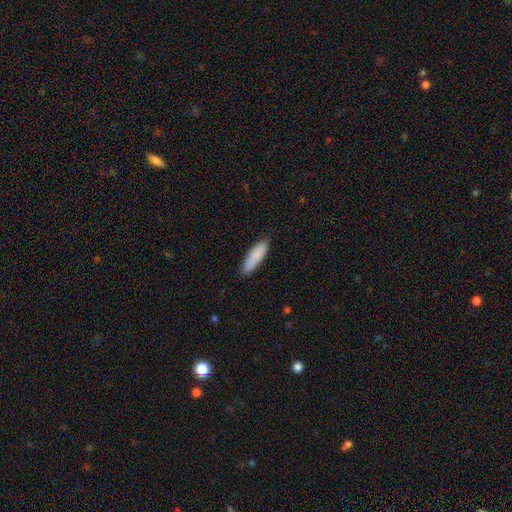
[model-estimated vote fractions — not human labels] smooth_or_featured: smooth (p=0.87) [alt: featured or disk p=0.08]
how_rounded: cigar-shaped (p=0.61) [alt: in between p=0.38]
merging: none (p=0.86) [alt: minor disturbance p=0.11]